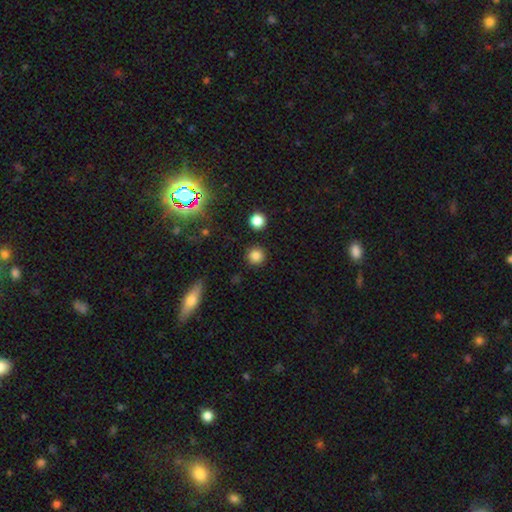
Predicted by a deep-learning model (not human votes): Smooth or featured: smooth — 82% (star or artifact — 13%)
How rounded: round — 94% (in between — 5%)
Merging: none — 90% (minor disturbance — 6%)